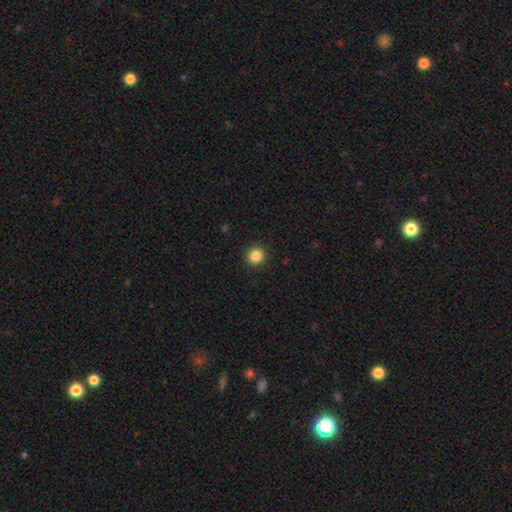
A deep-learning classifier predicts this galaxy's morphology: Q: Smooth or featured?
A: smooth (86%); runner-up: star or artifact (10%)
Q: How rounded?
A: round (94%); runner-up: in between (5%)
Q: Merging?
A: none (92%); runner-up: minor disturbance (5%)